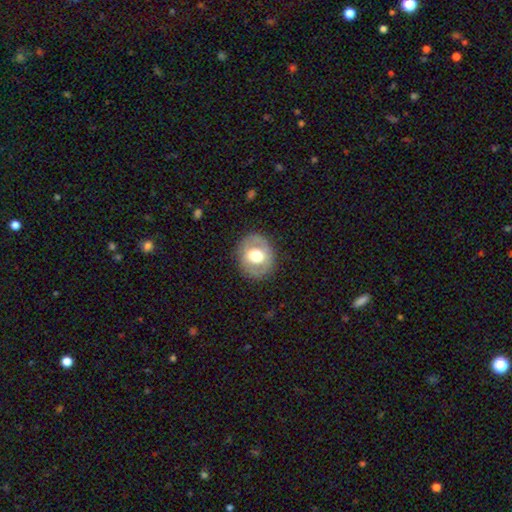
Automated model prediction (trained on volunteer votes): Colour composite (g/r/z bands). It shows a smooth galaxy with no disk features (52%) that is round (67%). Merging: none (83%).